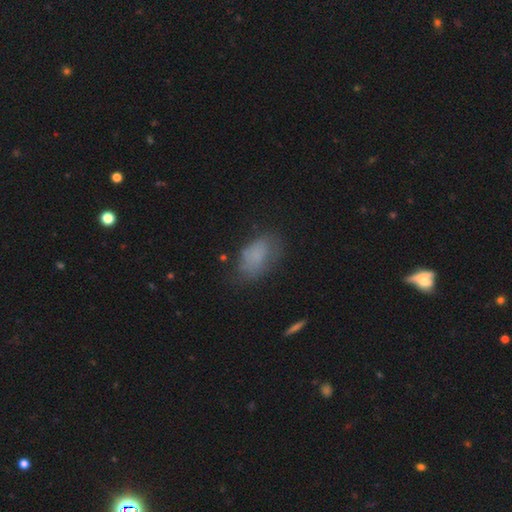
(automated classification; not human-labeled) Smooth or featured: smooth — 73% (featured or disk — 16%)
How rounded: in between — 90% (round — 8%)
Merging: none — 59% (minor disturbance — 26%)